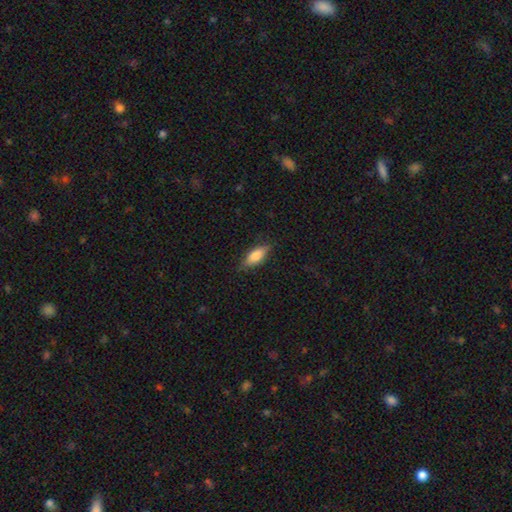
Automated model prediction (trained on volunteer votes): A smooth galaxy with no disk features (70%) that is in between round and cigar-shaped (71%).

Vote fractions:
- Smooth or featured? smooth: 70% / featured or disk: 23% / star or artifact: 7%
- How rounded? in between: 71% / cigar-shaped: 26% / round: 3%
- Merging? none: 81% / minor disturbance: 15% / major disturbance: 3% / merger: 1%